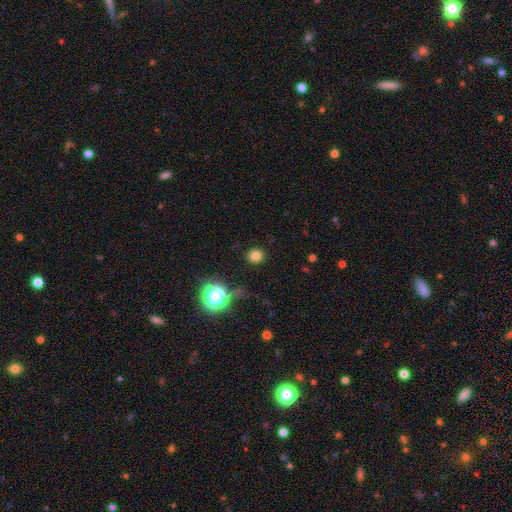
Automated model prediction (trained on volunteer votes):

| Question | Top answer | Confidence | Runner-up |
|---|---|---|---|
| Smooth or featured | smooth | 78% | star or artifact (17%) |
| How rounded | round | 87% | in between (12%) |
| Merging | none | 89% | minor disturbance (7%) |